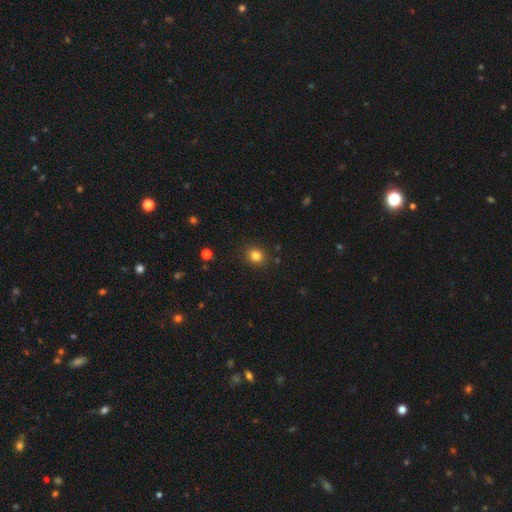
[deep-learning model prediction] Smooth or featured? smooth (82%)
How rounded? round (79%)
Merging? none (88%)